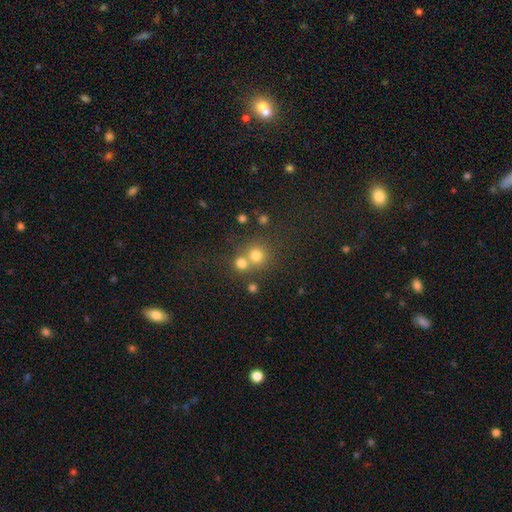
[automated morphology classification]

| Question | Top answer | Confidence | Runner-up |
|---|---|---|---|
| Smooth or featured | smooth | 72% | star or artifact (17%) |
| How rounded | round | 89% | in between (10%) |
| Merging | none | 51% | merger (39%) |